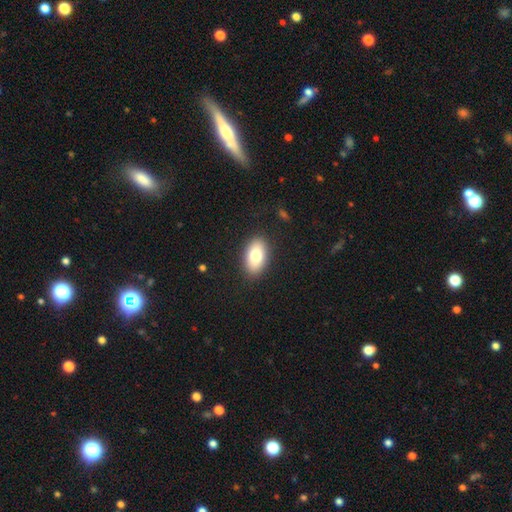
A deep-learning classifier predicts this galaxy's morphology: type=smooth (77%); roundness=in between (91%); merging=none (89%).